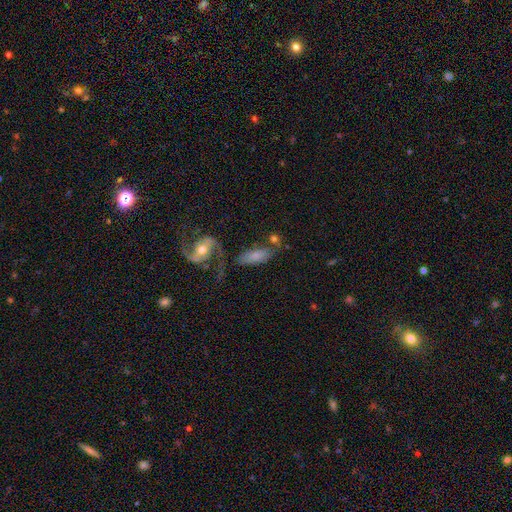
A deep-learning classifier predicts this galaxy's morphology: Overall: smooth (53%; featured or disk 38%). How rounded: in between (76%). Merging: none (48%; minor disturbance 20%).